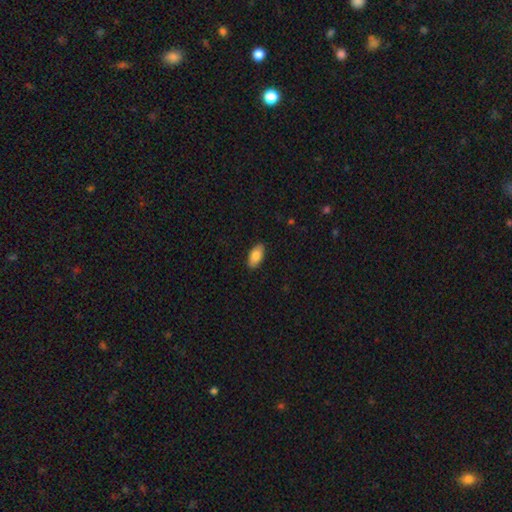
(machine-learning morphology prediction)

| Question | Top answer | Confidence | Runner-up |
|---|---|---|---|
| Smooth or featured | smooth | 84% | featured or disk (10%) |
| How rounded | in between | 92% | cigar-shaped (5%) |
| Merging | none | 89% | minor disturbance (8%) |